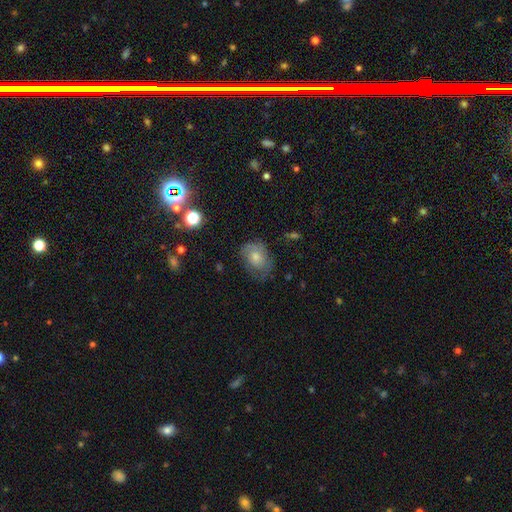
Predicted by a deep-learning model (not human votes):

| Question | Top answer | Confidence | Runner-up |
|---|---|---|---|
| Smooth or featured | featured or disk | 49% | smooth (33%) |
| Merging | none | 69% | minor disturbance (20%) |